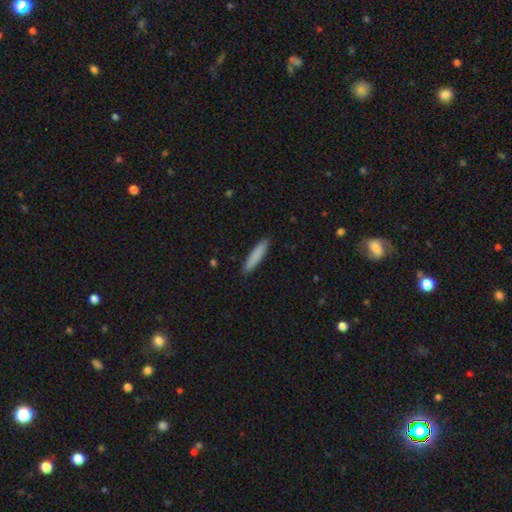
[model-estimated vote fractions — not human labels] smooth_or_featured: smooth (p=0.84) [alt: featured or disk p=0.10]
how_rounded: cigar-shaped (p=0.89) [alt: in between p=0.10]
merging: none (p=0.91) [alt: minor disturbance p=0.07]